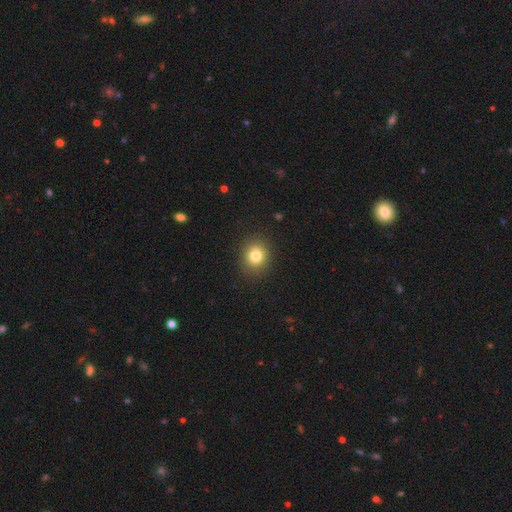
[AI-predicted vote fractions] Smooth or featured?
  - smooth: 81% *
  - star or artifact: 11%
  - featured or disk: 8%
How rounded?
  - round: 76% *
  - in between: 23%
  - cigar-shaped: 1%
Merging?
  - none: 89% *
  - minor disturbance: 7%
  - major disturbance: 2%
  - merger: 1%